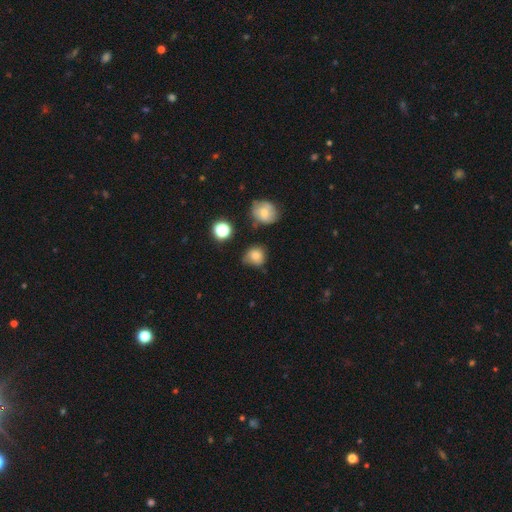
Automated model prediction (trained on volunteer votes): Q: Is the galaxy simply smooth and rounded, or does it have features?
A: smooth — 77%.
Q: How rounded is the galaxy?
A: round — 79%.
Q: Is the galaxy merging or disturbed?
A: none — 59%.